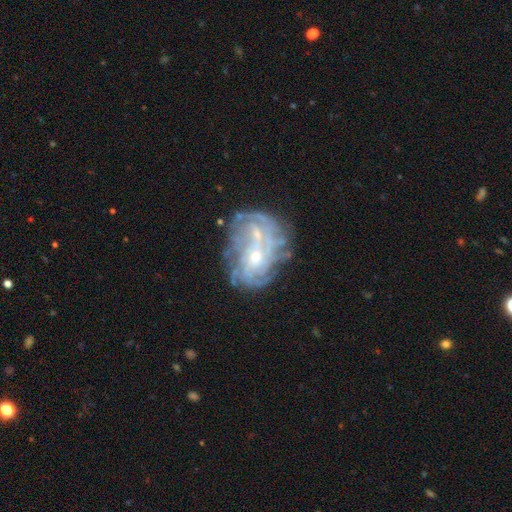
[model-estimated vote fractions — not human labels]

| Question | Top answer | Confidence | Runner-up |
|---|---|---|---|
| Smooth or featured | featured or disk | 78% | smooth (11%) |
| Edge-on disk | no | 97% | yes (3%) |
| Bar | no | 65% | weak (28%) |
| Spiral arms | yes | 81% | no (19%) |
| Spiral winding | tight | 59% | medium (28%) |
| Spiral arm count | can't tell | 49% | 4 (14%) |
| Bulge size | small | 64% | moderate (30%) |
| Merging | none | 59% | minor disturbance (19%) |